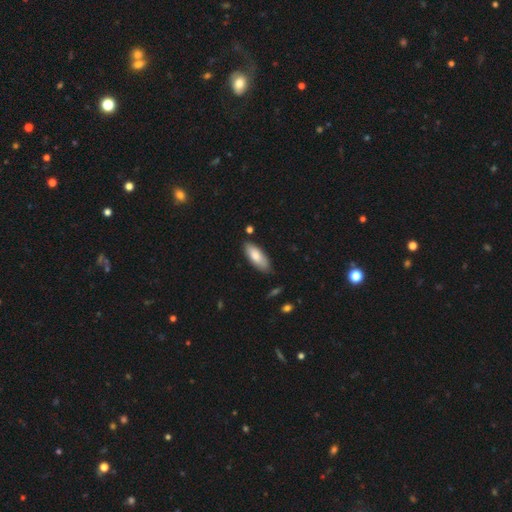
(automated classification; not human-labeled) smooth-or-featured: smooth: 80% | featured or disk: 15% | star or artifact: 6%
  how-rounded: in between: 74% | cigar-shaped: 24% | round: 2%
  merging: none: 77% | minor disturbance: 18% | major disturbance: 3% | merger: 2%